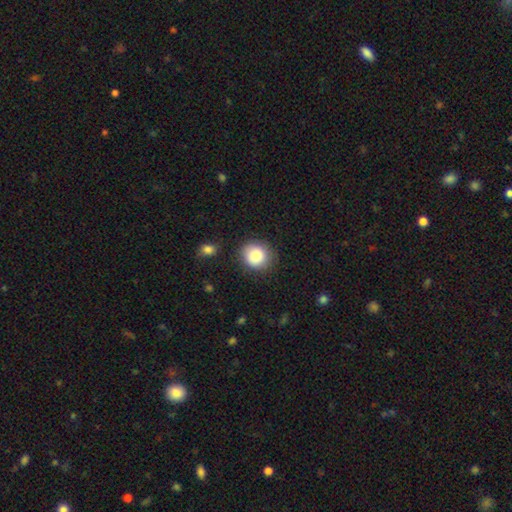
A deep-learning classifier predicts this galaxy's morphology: Smooth or featured? Predicted: smooth (p=0.86). How rounded? Predicted: round (p=0.85). Merging? Predicted: none (p=0.83).